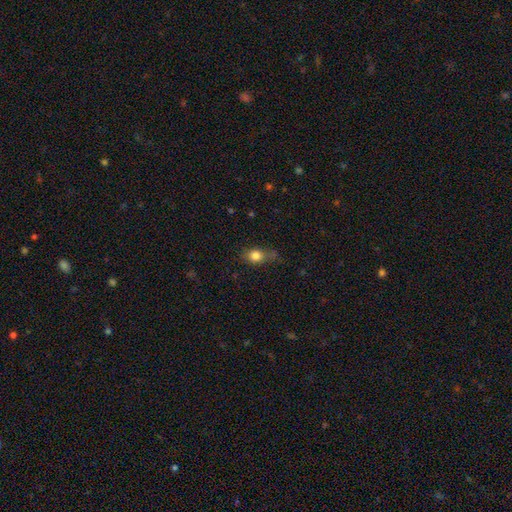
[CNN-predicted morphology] This appears to be a smooth galaxy with no disk features (81%) that is in between round and cigar-shaped (50%). Merging: none (55%).